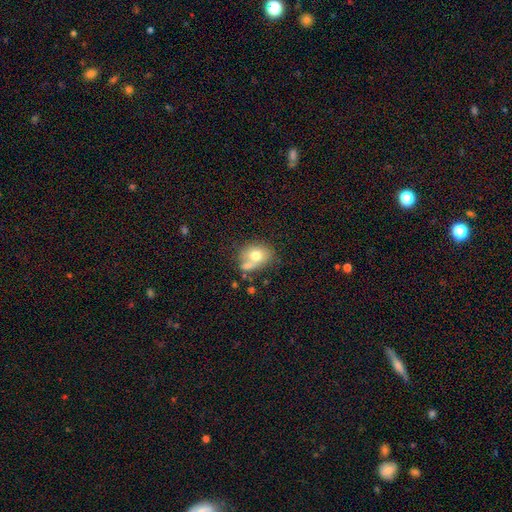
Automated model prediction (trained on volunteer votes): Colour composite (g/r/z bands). It shows a smooth galaxy with no disk features (72%) that is in between round and cigar-shaped (55%). Merging: none (44%).